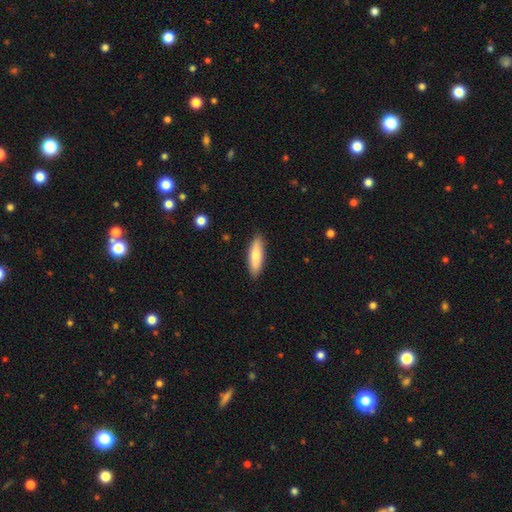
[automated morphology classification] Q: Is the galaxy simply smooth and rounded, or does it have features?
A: smooth — 79%.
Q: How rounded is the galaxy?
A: cigar-shaped — 58%.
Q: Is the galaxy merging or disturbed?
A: none — 88%.